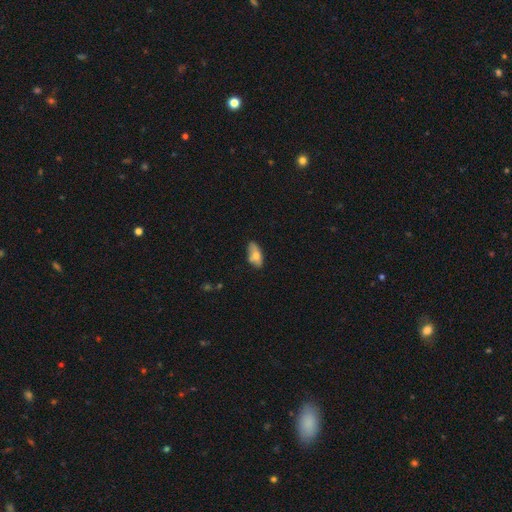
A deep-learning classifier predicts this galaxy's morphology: type=smooth (64%); roundness=in between (87%); merging=none (65%).